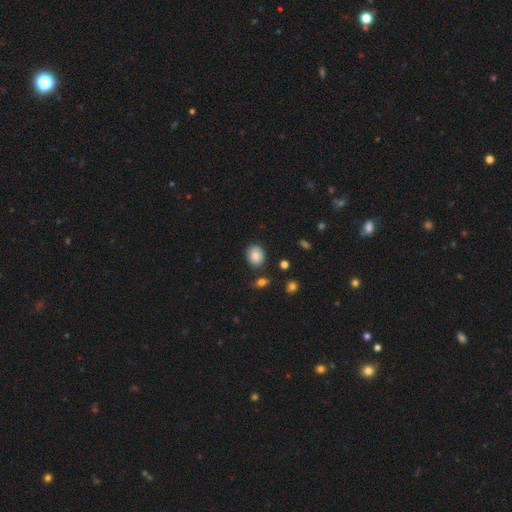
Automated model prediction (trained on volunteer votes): Q: Smooth or featured?
A: smooth (86%); runner-up: star or artifact (8%)
Q: How rounded?
A: in between (53%); runner-up: round (46%)
Q: Merging?
A: none (81%); runner-up: minor disturbance (13%)